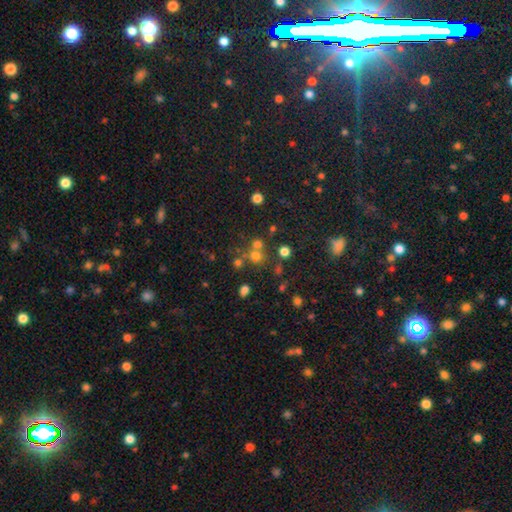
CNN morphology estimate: The model was most divided on "merging": none: 60%, merger: 28%, minor disturbance: 8%, major disturbance: 4%. More confident: how rounded — round (88%); smooth or featured — smooth (64%).